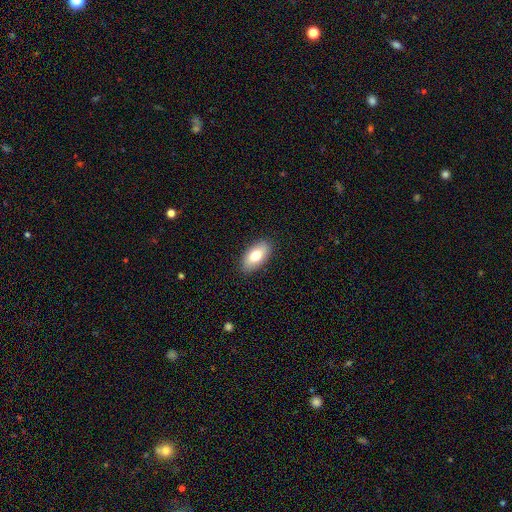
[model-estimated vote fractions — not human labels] The model was most divided on "smooth or featured": smooth: 77%, featured or disk: 16%, star or artifact: 7%. More confident: how rounded — in between (92%); merging — none (89%).